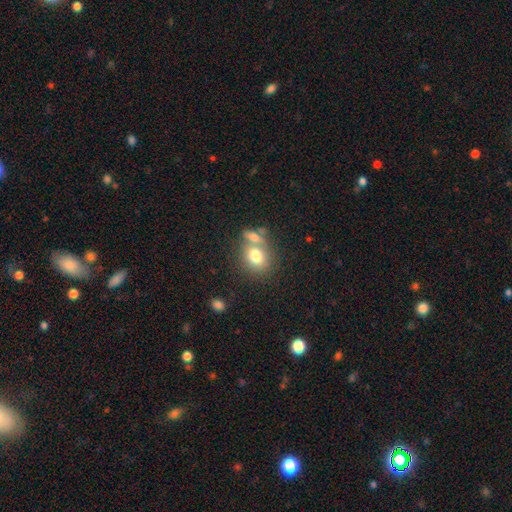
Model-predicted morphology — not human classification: smooth-or-featured: smooth: 77% | featured or disk: 14% | star or artifact: 9%
  how-rounded: round: 58% | in between: 41% | cigar-shaped: 1%
  merging: none: 44% | merger: 41% | minor disturbance: 11% | major disturbance: 4%